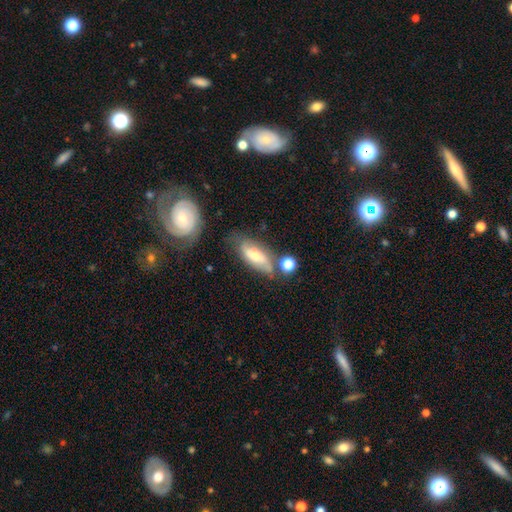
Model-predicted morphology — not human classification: This appears to be a featured or disk galaxy (48%). Merging: none (57%).